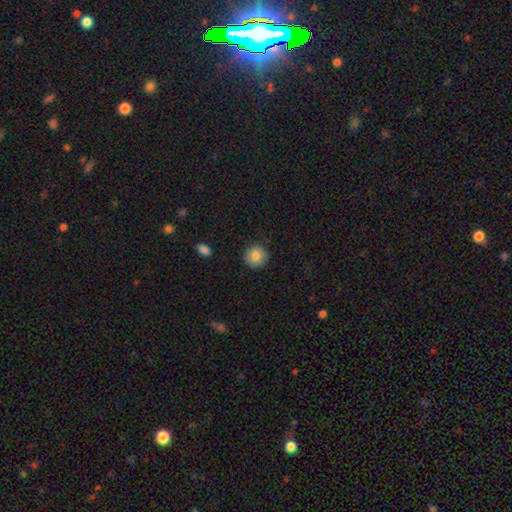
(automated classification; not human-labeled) smooth 83%, featured or disk 8%, star or artifact 8%. Down the decision tree: how rounded — round (94%); merging — none (90%).